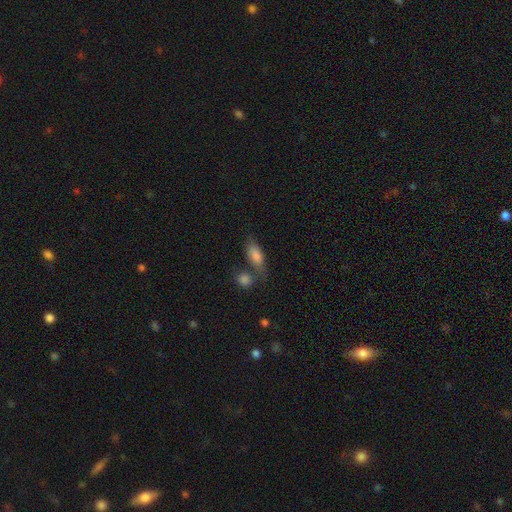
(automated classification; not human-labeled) A smooth galaxy with no disk features (80%) that is in between round and cigar-shaped (78%).

Vote fractions:
- Smooth or featured? smooth: 80% / featured or disk: 12% / star or artifact: 8%
- How rounded? in between: 78% / cigar-shaped: 17% / round: 5%
- Merging? none: 48% / merger: 27% / minor disturbance: 17% / major disturbance: 8%